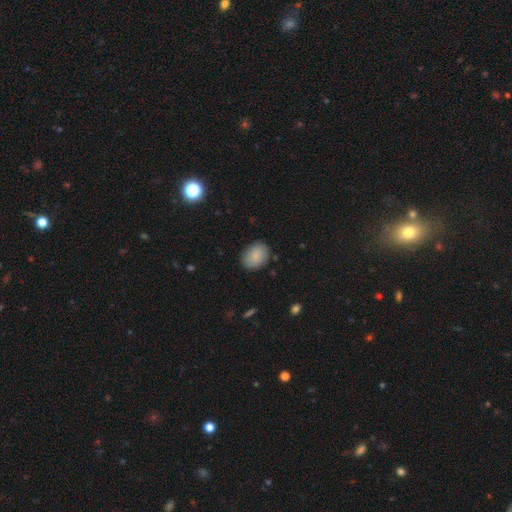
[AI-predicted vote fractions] Morphology: type=smooth (84%); roundness=in between (60%); merging=none (86%).